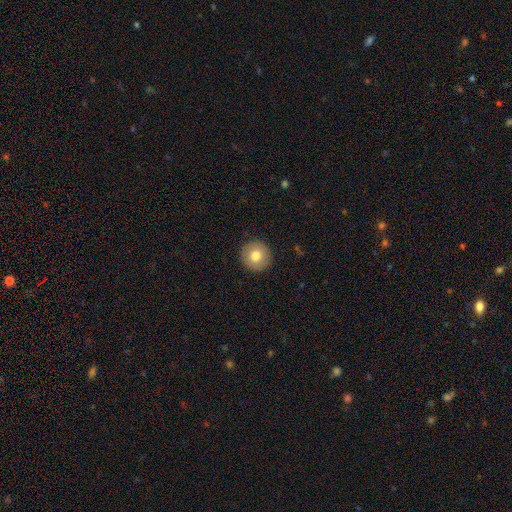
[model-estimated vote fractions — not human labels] This appears to be a smooth galaxy with no disk features (78%) that is round (95%). Merging: none (92%).